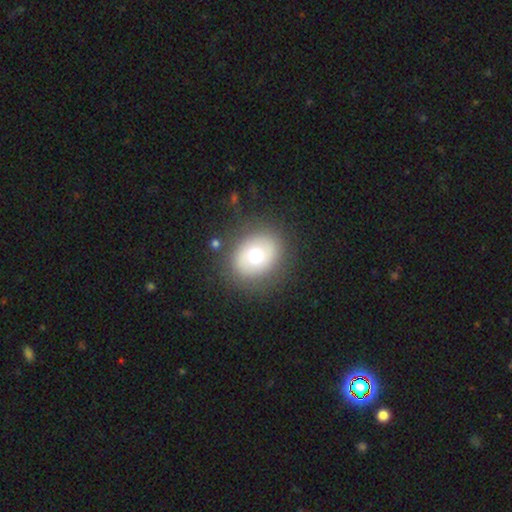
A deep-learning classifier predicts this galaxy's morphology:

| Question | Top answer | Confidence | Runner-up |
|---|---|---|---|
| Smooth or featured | smooth | 65% | featured or disk (26%) |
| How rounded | round | 52% | in between (47%) |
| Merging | none | 83% | minor disturbance (10%) |